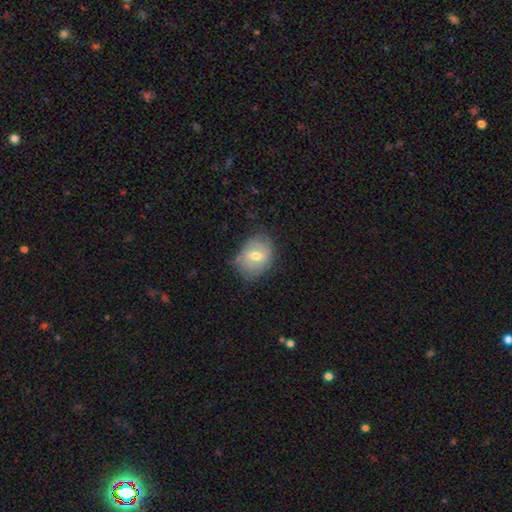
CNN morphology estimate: Smooth or featured?
  - smooth: 60% *
  - featured or disk: 32%
  - star or artifact: 8%
How rounded?
  - in between: 51% *
  - round: 48%
  - cigar-shaped: 1%
Merging?
  - none: 68% *
  - minor disturbance: 24%
  - major disturbance: 6%
  - merger: 2%